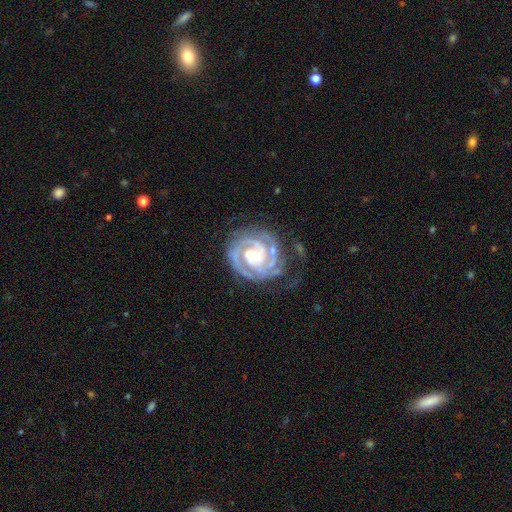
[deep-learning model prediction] The model was most divided on "spiral arm count": 2: 36%, 3: 32%, can't tell: 14%, 4: 8%, 1: 5%, more than 4: 5%. More confident: edge-on disk — no (98%); spiral arms — yes (98%); smooth or featured — featured or disk (92%); spiral winding — tight (76%); merging — none (65%); bar — no (65%); bulge size — moderate (65%).